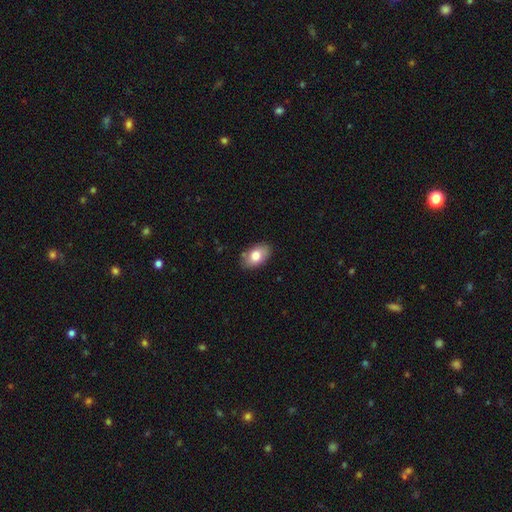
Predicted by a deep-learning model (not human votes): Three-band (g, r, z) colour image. It shows a smooth galaxy with no disk features (78%) that is in between round and cigar-shaped (89%). Merging: none (83%).